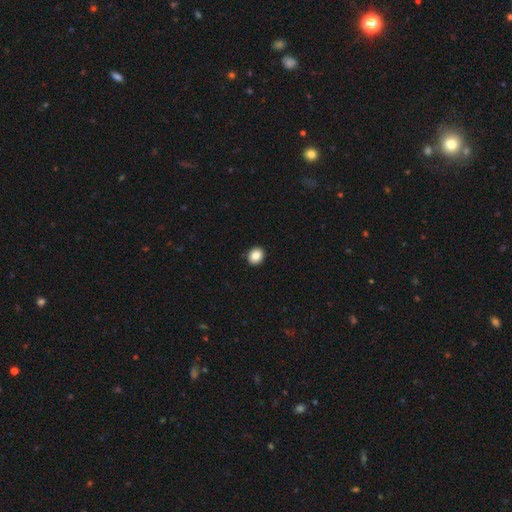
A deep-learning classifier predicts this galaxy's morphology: smooth-or-featured: smooth: 87% | star or artifact: 9% | featured or disk: 4%
  how-rounded: round: 66% | in between: 33% | cigar-shaped: 1%
  merging: none: 92% | minor disturbance: 5% | major disturbance: 1% | merger: 1%